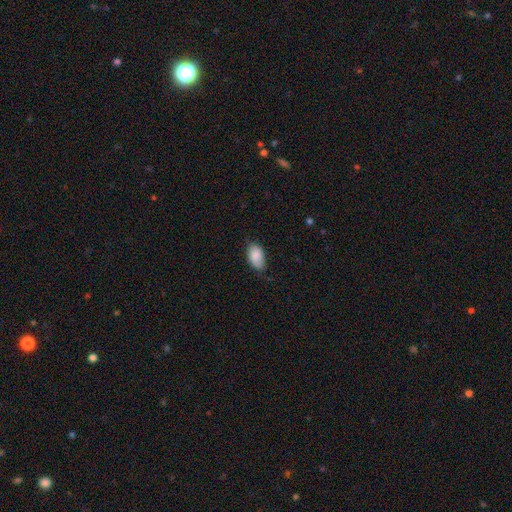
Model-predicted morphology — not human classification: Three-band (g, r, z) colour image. It shows a smooth galaxy with no disk features (88%) that is in between round and cigar-shaped (93%). Merging: none (69%).